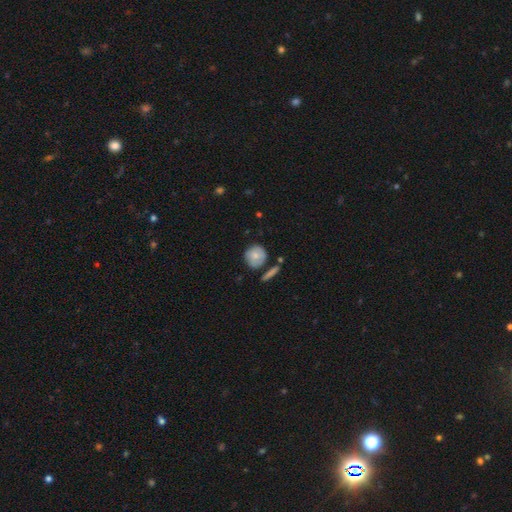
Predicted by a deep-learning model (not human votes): Smooth or featured?
  - smooth: 74% *
  - featured or disk: 19%
  - star or artifact: 7%
How rounded?
  - round: 85% *
  - in between: 13%
  - cigar-shaped: 2%
Merging?
  - none: 67% *
  - minor disturbance: 18%
  - merger: 10%
  - major disturbance: 5%